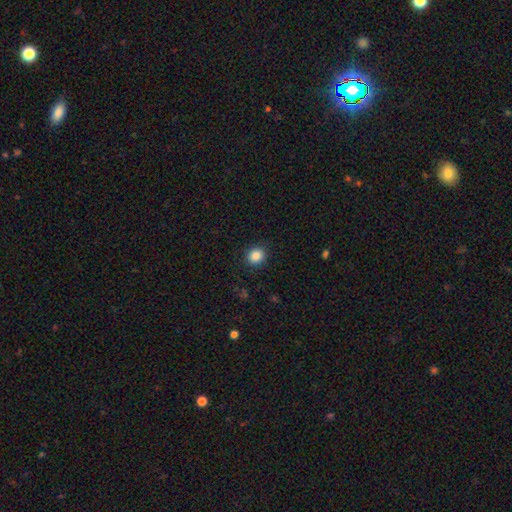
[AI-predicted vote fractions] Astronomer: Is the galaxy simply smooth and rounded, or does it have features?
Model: smooth — 87%.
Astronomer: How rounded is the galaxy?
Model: round — 80%.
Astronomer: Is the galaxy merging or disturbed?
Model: none — 89%.